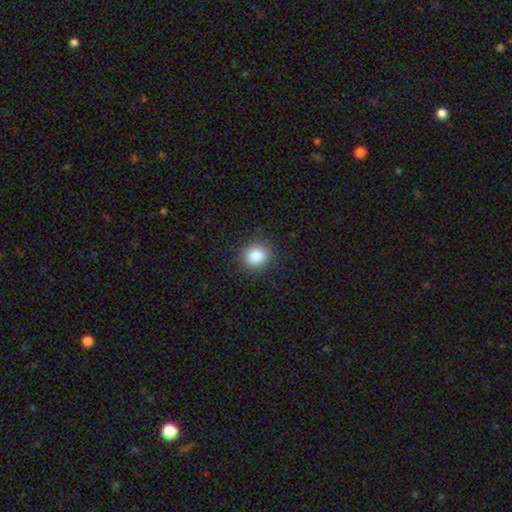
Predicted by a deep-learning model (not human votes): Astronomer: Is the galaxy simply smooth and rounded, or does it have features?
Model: smooth — 85%.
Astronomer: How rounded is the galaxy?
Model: round — 85%.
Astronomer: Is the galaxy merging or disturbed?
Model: none — 89%.